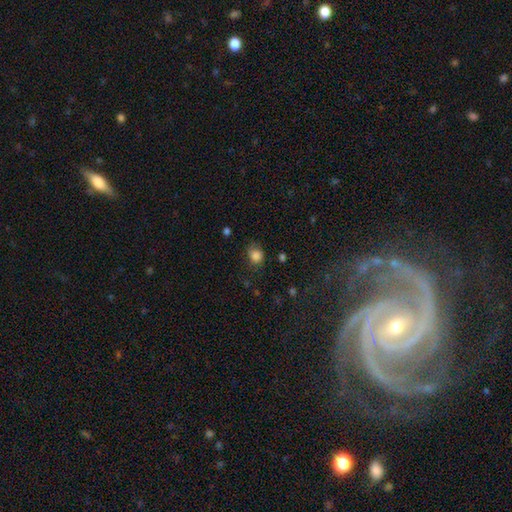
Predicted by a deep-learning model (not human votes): Overall: smooth (84%). How rounded: round (70%; in between 30%). Merging: none (67%).